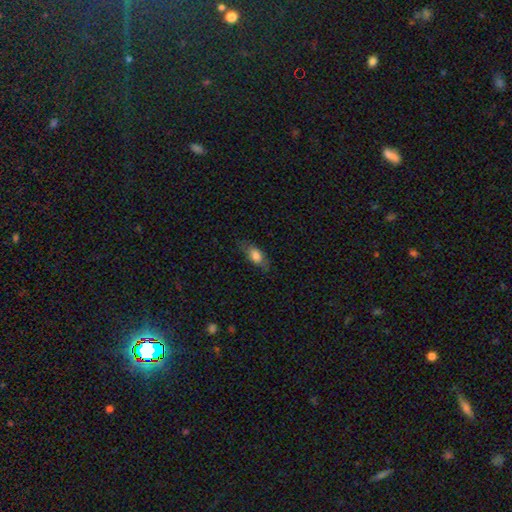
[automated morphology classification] A smooth galaxy with no disk features (75%) that is in between round and cigar-shaped (80%). Merging: none (73%).